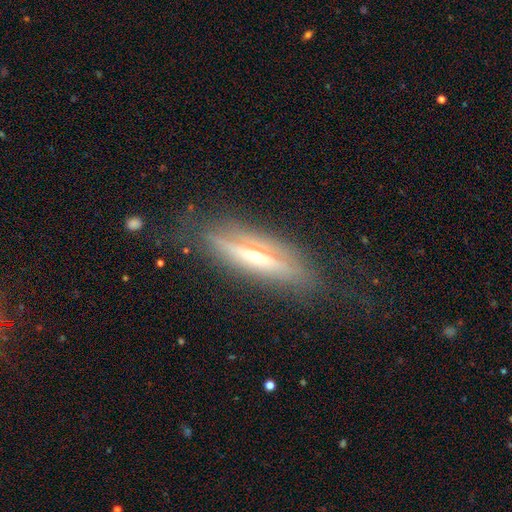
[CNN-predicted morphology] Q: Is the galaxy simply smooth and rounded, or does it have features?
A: featured or disk — 70%.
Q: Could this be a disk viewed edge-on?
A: yes — 88%.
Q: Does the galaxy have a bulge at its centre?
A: rounded — 85%.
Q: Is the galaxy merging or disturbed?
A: none — 76%.